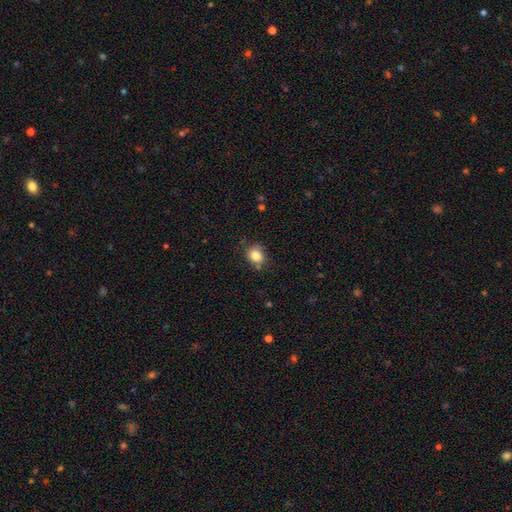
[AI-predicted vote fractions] Q: Smooth or featured?
A: smooth (83%); runner-up: star or artifact (10%)
Q: How rounded?
A: round (69%); runner-up: in between (30%)
Q: Merging?
A: none (76%); runner-up: minor disturbance (17%)